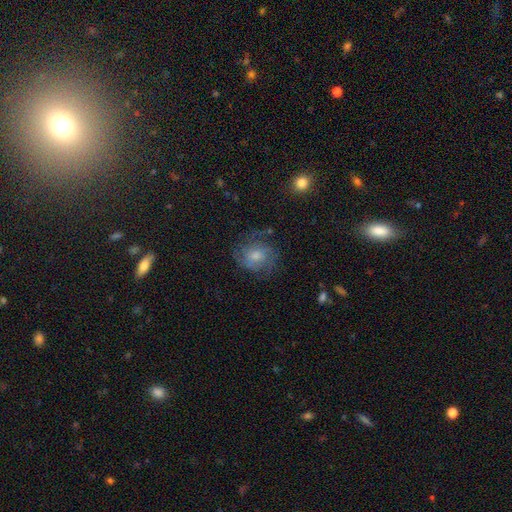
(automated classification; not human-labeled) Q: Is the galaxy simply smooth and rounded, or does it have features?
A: featured or disk — 52%.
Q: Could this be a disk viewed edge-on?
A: no — 97%.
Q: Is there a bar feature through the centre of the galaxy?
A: no — 65%.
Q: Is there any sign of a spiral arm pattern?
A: yes — 81%.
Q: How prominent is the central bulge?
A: moderate — 52%.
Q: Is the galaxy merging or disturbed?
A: none — 63%.